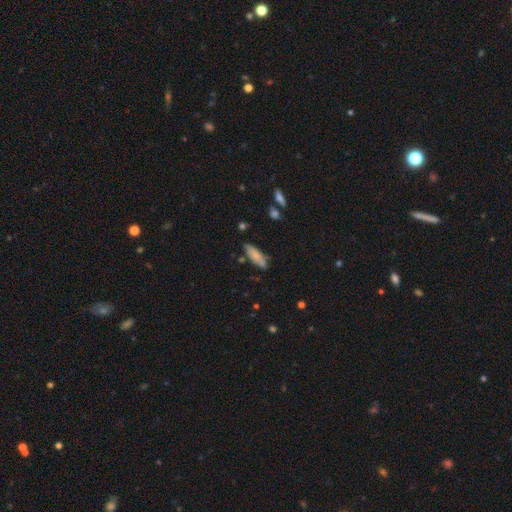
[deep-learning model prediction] This appears to be a smooth galaxy with no disk features (77%) that is in between round and cigar-shaped (51%). Merging: none (74%).